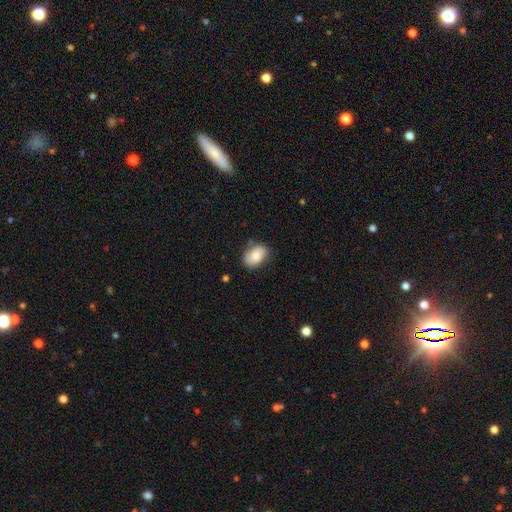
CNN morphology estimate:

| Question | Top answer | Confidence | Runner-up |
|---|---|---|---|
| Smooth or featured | smooth | 80% | featured or disk (13%) |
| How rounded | in between | 83% | round (16%) |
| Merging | none | 74% | minor disturbance (20%) |